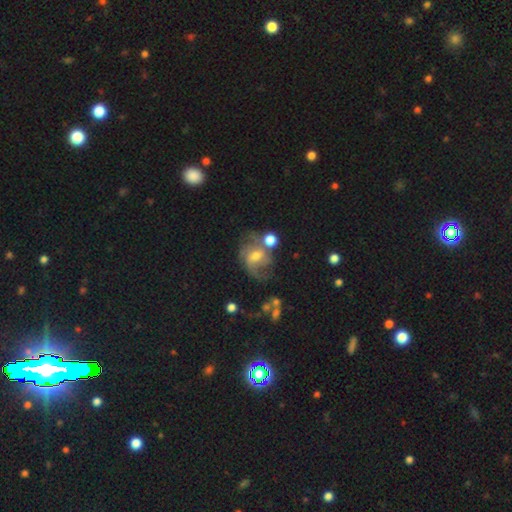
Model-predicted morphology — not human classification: featured or disk 71%, smooth 19%, star or artifact 10%. Down the decision tree: edge-on disk — no (97%); bar — weak (47%); spiral arms — yes (87%); spiral arm count — 2 (33%); spiral winding — medium (45%); bulge size — moderate (54%); merging — none (43%).